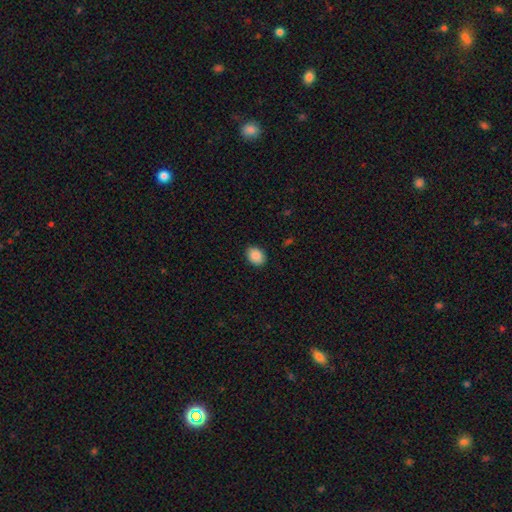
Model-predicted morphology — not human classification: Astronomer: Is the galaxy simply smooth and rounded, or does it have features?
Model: smooth — 90%.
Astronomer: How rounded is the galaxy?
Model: in between — 66%.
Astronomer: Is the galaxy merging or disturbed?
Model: none — 87%.